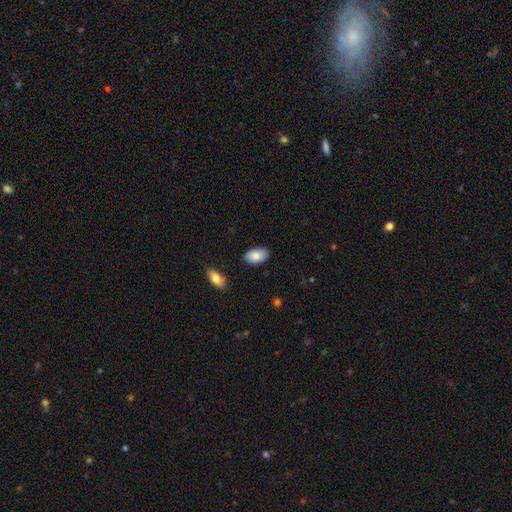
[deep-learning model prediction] A smooth galaxy with no disk features (86%) that is in between round and cigar-shaped (94%).

Vote fractions:
- Smooth or featured? smooth: 86% / featured or disk: 7% / star or artifact: 6%
- How rounded? in between: 94% / round: 4% / cigar-shaped: 1%
- Merging? none: 84% / minor disturbance: 12% / major disturbance: 2% / merger: 2%